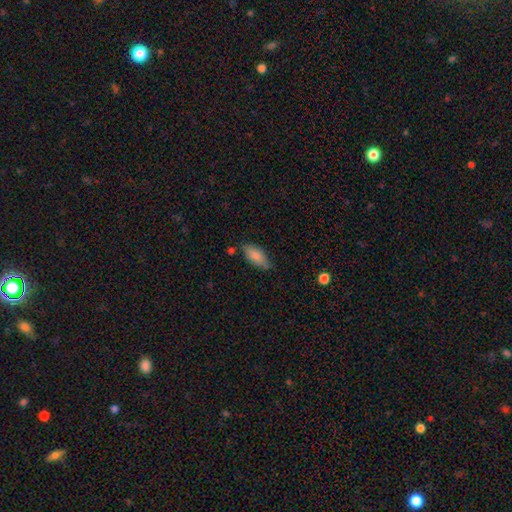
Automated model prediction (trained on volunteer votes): Smooth or featured: smooth — 84% (featured or disk — 10%)
How rounded: in between — 84% (cigar-shaped — 14%)
Merging: none — 71% (minor disturbance — 21%)